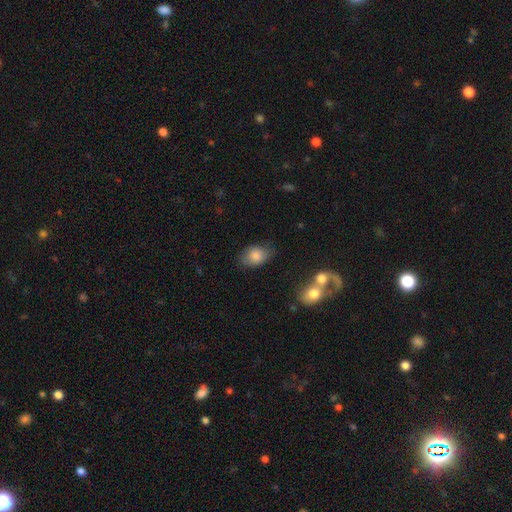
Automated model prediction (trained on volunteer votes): A smooth galaxy with no disk features (83%) that is in between round and cigar-shaped (79%).

Vote fractions:
- Smooth or featured? smooth: 83% / featured or disk: 10% / star or artifact: 7%
- How rounded? in between: 79% / round: 20% / cigar-shaped: 1%
- Merging? none: 67% / minor disturbance: 22% / major disturbance: 6% / merger: 4%